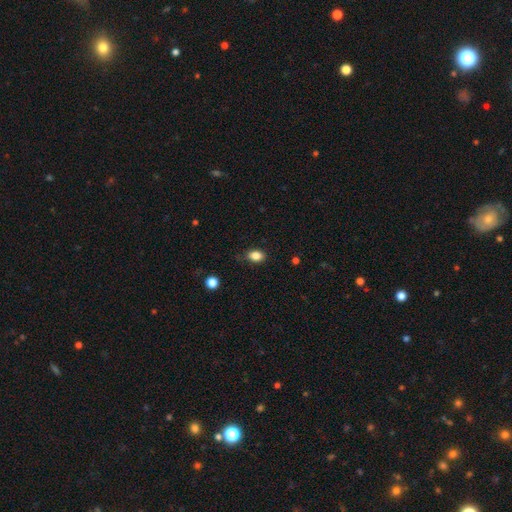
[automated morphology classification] Smooth or featured? smooth (85%)
How rounded? in between (80%)
Merging? none (79%)